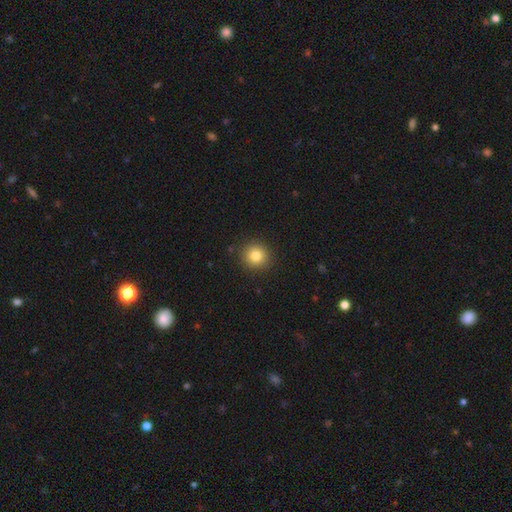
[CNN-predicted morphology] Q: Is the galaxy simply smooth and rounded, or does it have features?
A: smooth — 82%.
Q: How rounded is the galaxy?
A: round — 94%.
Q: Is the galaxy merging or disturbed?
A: none — 91%.